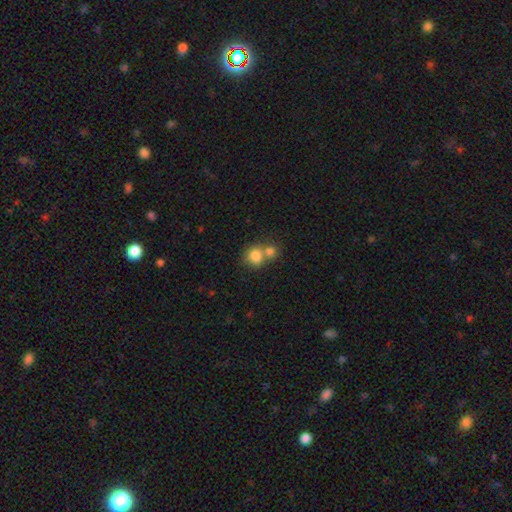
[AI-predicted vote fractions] Smooth or featured?
  - smooth: 81% *
  - star or artifact: 10%
  - featured or disk: 9%
How rounded?
  - round: 69% *
  - in between: 30%
  - cigar-shaped: 1%
Merging?
  - merger: 52% *
  - none: 37%
  - minor disturbance: 8%
  - major disturbance: 4%